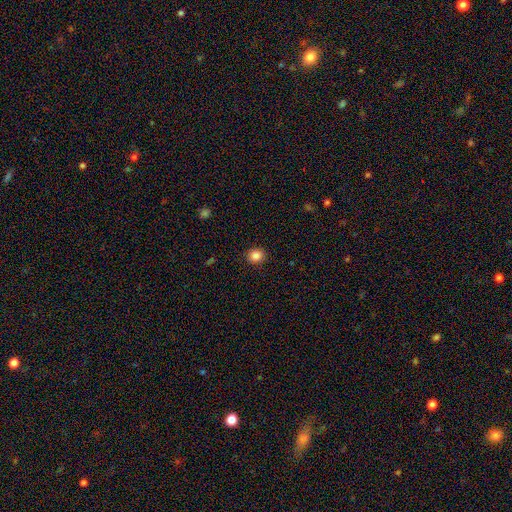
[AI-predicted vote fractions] smooth 86%, star or artifact 10%, featured or disk 4%. Down the decision tree: how rounded — round (82%); merging — none (91%).